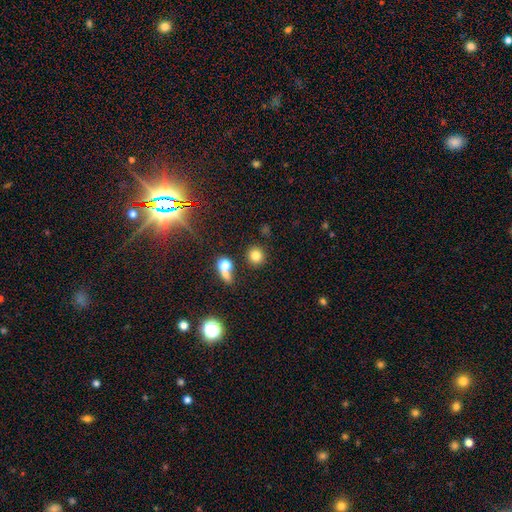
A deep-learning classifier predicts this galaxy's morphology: smooth-or-featured: smooth: 79% | star or artifact: 14% | featured or disk: 7%
  how-rounded: round: 90% | in between: 9% | cigar-shaped: 1%
  merging: none: 81% | merger: 8% | minor disturbance: 7% | major disturbance: 3%